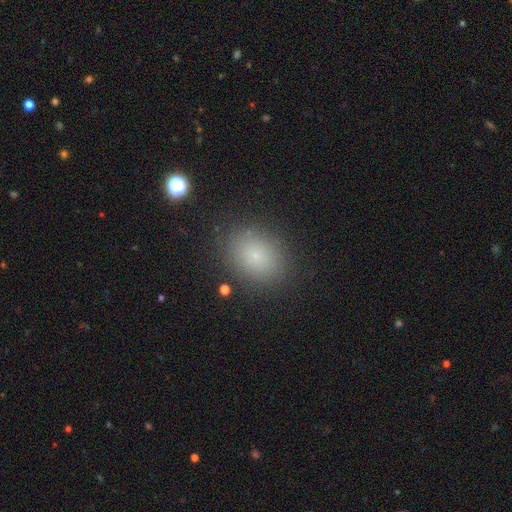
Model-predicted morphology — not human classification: type=smooth (76%); roundness=in between (54%); merging=none (85%).